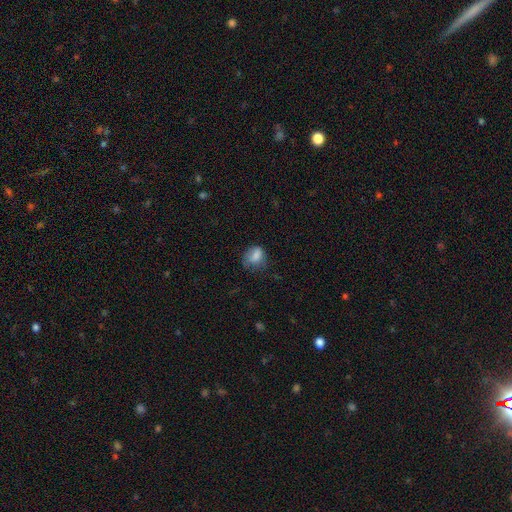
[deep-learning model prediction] Smooth or featured: smooth — 79% (featured or disk — 12%)
How rounded: in between — 56% (round — 42%)
Merging: none — 48% (minor disturbance — 32%)